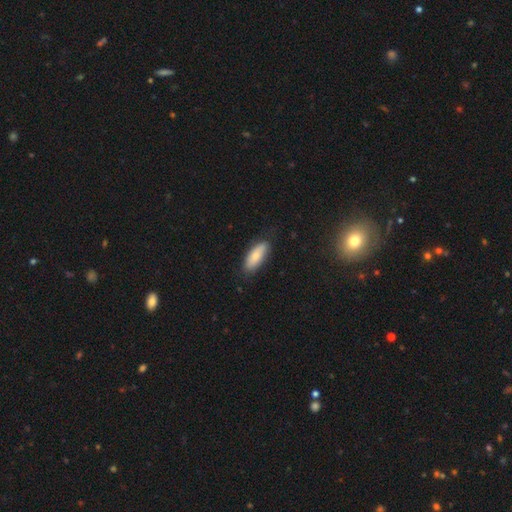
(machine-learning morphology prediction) A smooth galaxy with no disk features (76%) that is in between round and cigar-shaped (74%). Merging: none (79%).